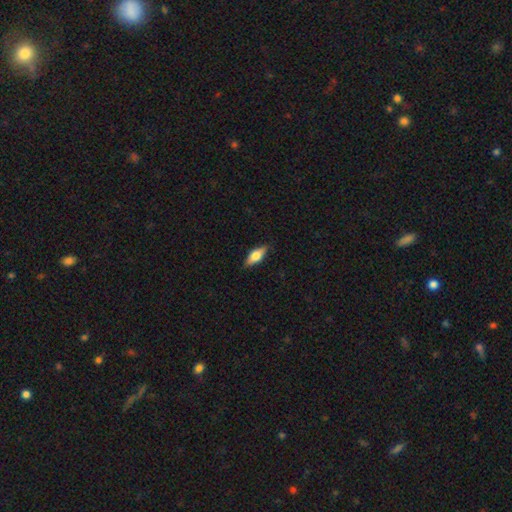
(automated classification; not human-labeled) Overall: smooth (58%; featured or disk 35%). How rounded: in between (71%). Merging: none (86%).